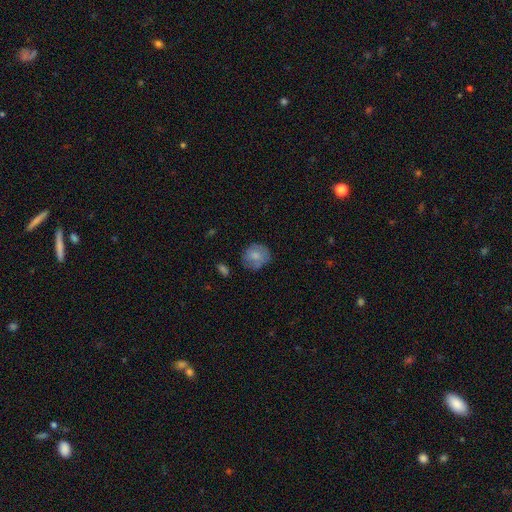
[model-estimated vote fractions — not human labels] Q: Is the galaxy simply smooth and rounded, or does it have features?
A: smooth — 74%.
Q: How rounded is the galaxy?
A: round — 76%.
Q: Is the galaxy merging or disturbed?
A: none — 68%.